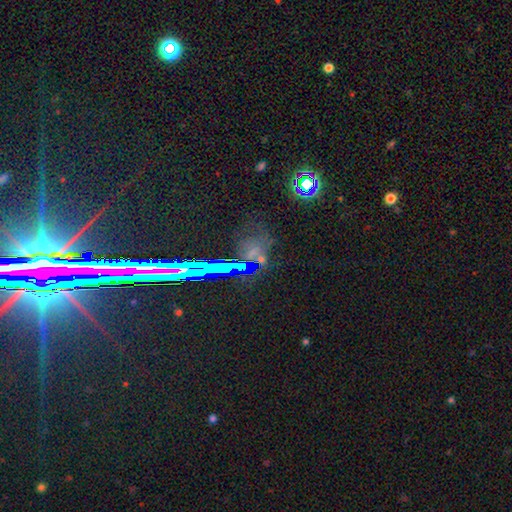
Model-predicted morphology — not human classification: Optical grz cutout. It shows a star or artifact, not a galaxy (69%).